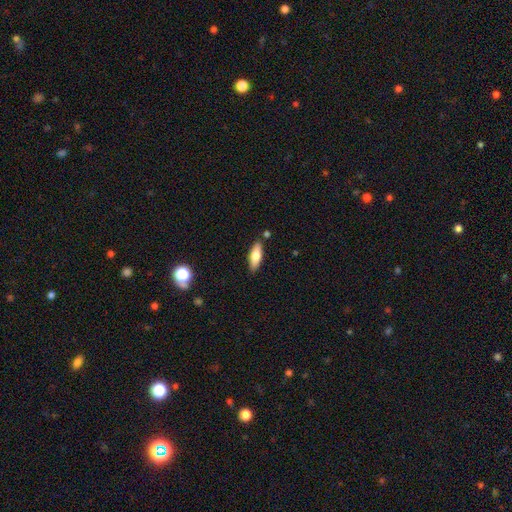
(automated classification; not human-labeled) Smooth or featured: smooth — 69% (featured or disk — 25%)
How rounded: in between — 62% (cigar-shaped — 36%)
Merging: none — 84% (minor disturbance — 10%)